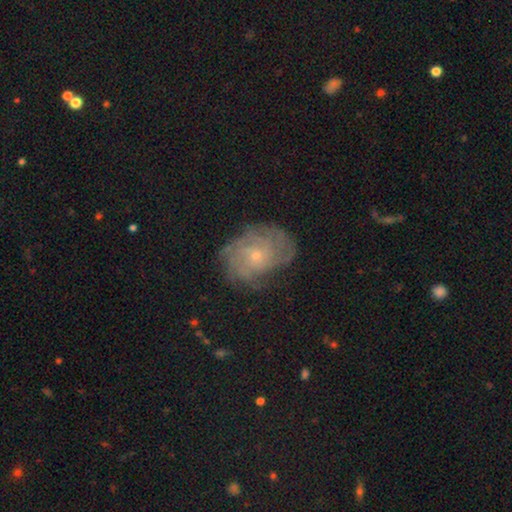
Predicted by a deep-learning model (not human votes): Smooth or featured: featured or disk — 71% (smooth — 19%)
Edge-on disk: no — 97% (yes — 3%)
Bar: no — 80% (weak — 17%)
Spiral arms: yes — 88% (no — 12%)
Spiral winding: tight — 57% (medium — 31%)
Spiral arm count: can't tell — 47% (4 — 16%)
Bulge size: small — 72% (moderate — 24%)
Merging: none — 69% (minor disturbance — 20%)